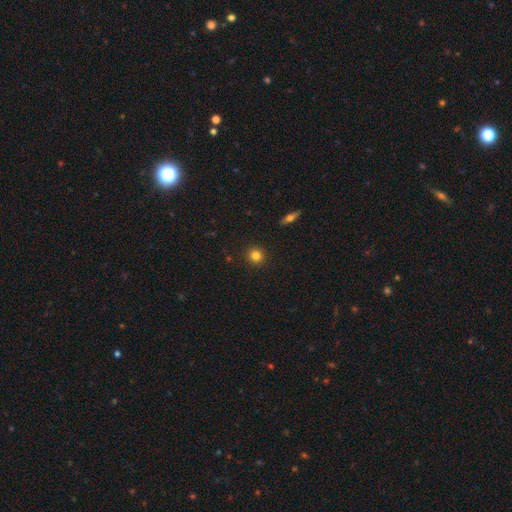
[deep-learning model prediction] Morphology: type=smooth (82%); roundness=round (94%); merging=none (92%).